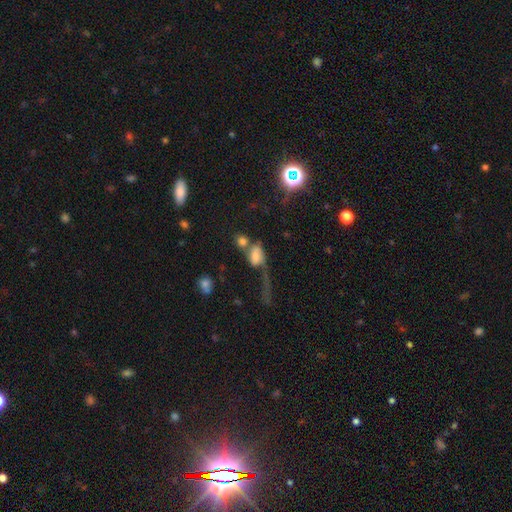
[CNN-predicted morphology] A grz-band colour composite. It shows a smooth galaxy with no disk features (58%) that is in between round and cigar-shaped (77%). Merging: merger (46%).